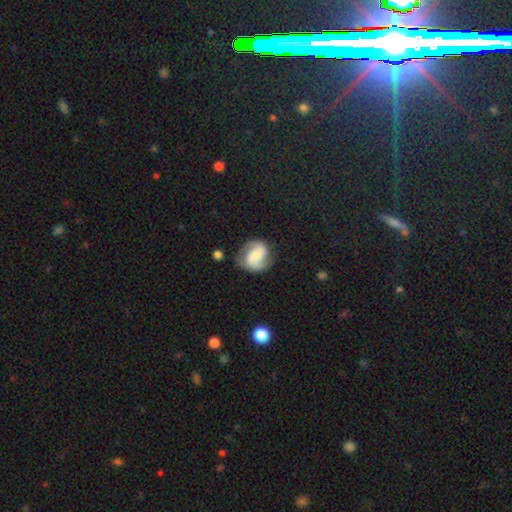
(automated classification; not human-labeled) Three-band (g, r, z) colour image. It shows a featured or disk galaxy (74%) with a weak bar (42%), 2 (90%) medium (48%) spiral arms (95%) and a moderate central bulge (37%). Merging: none (78%).